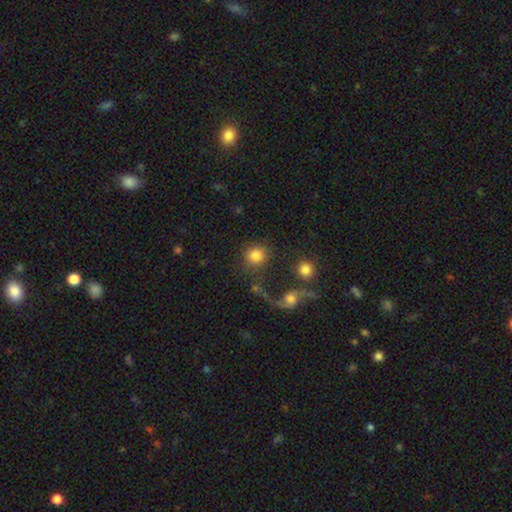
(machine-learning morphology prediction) A smooth galaxy with no disk features (81%) that is round (86%). Merging: none (67%).